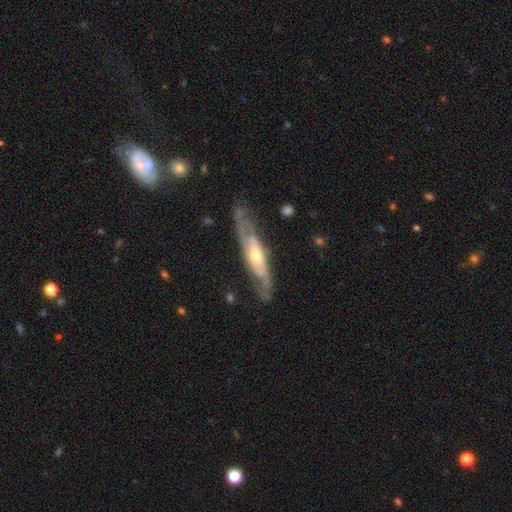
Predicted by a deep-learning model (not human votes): Smooth or featured? Predicted: featured or disk (p=0.79). Edge-on disk? Predicted: no (p=0.63). Merging? Predicted: none (p=0.74).